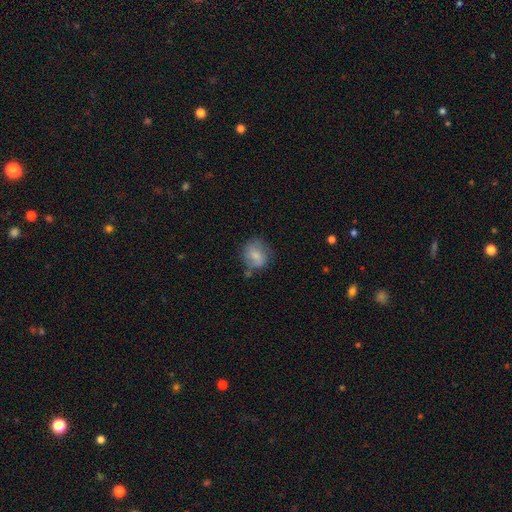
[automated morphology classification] type=smooth (69%); roundness=round (62%); merging=none (59%).